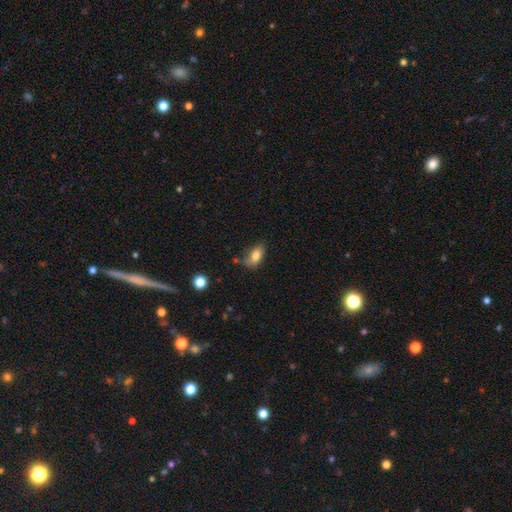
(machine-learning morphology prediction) smooth 79%, featured or disk 13%, star or artifact 9%. Down the decision tree: how rounded — in between (87%); merging — none (53%).